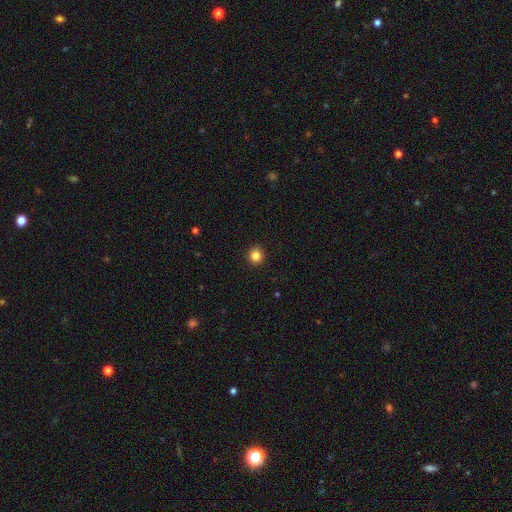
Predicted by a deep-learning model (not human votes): Smooth or featured: smooth — 84% (star or artifact — 12%)
How rounded: round — 93% (in between — 6%)
Merging: none — 93% (minor disturbance — 4%)